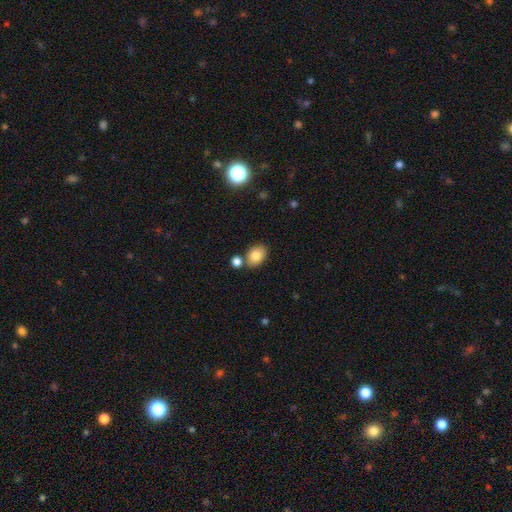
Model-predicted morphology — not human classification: smooth-or-featured: smooth: 82% | featured or disk: 9% | star or artifact: 9%
  how-rounded: in between: 72% | round: 27% | cigar-shaped: 1%
  merging: none: 71% | merger: 14% | minor disturbance: 12% | major disturbance: 3%